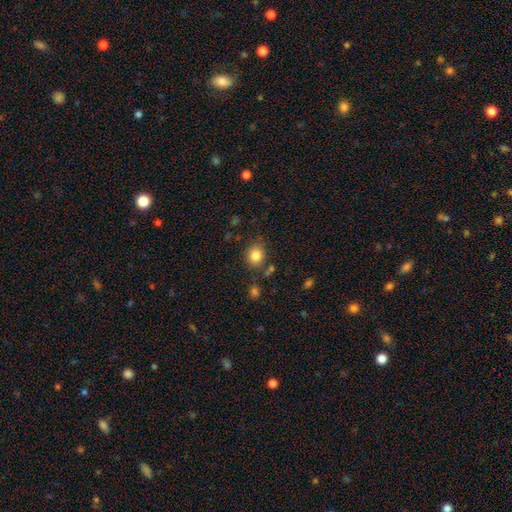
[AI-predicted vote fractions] A smooth galaxy with no disk features (83%) that is round (72%). Merging: none (77%).